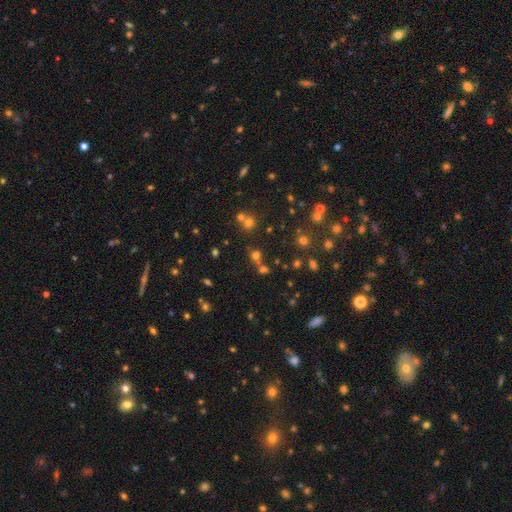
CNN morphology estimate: Q: Smooth or featured?
A: smooth (55%); runner-up: star or artifact (36%)
Q: How rounded?
A: round (84%); runner-up: in between (15%)
Q: Merging?
A: none (66%); runner-up: merger (22%)